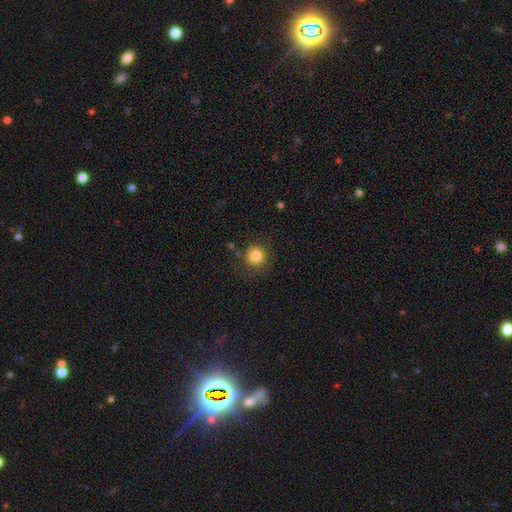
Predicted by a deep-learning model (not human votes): Q: Smooth or featured?
A: smooth (83%); runner-up: star or artifact (11%)
Q: How rounded?
A: round (93%); runner-up: in between (6%)
Q: Merging?
A: none (83%); runner-up: minor disturbance (10%)